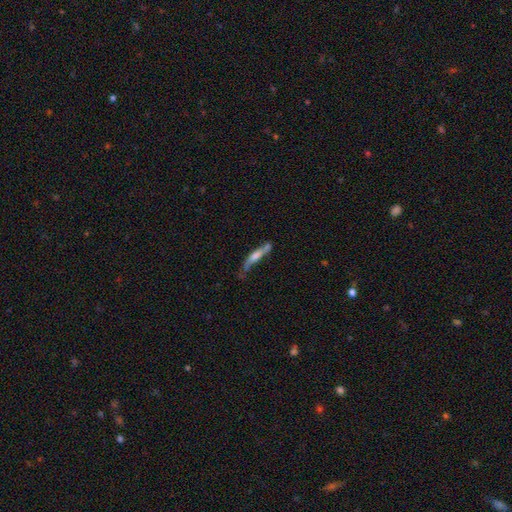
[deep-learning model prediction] This appears to be a featured or disk galaxy (54%) viewed edge-on (79%). Merging: none (47%).